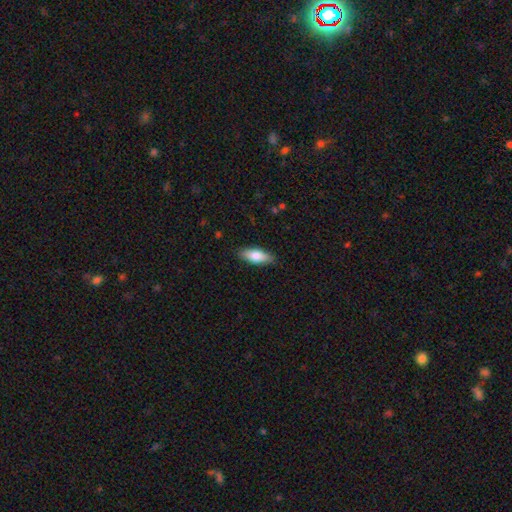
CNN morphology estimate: Smooth or featured: smooth — 76% (featured or disk — 18%)
How rounded: in between — 74% (cigar-shaped — 24%)
Merging: none — 86% (minor disturbance — 11%)